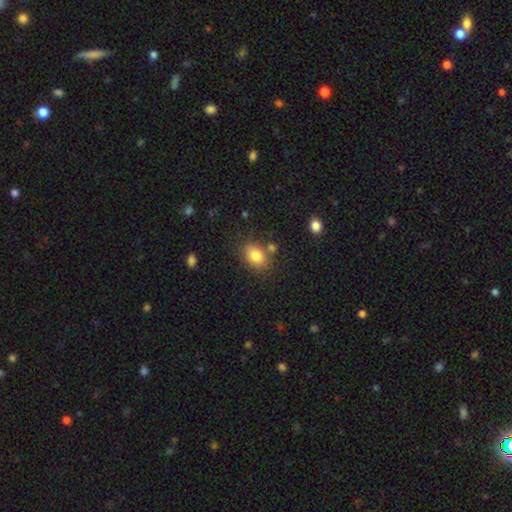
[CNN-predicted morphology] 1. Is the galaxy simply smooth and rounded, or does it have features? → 82% smooth, 9% star or artifact, 8% featured or disk.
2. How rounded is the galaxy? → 69% in between, 29% round, 1% cigar-shaped.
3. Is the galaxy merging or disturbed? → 70% none, 15% minor disturbance, 10% merger, 4% major disturbance.